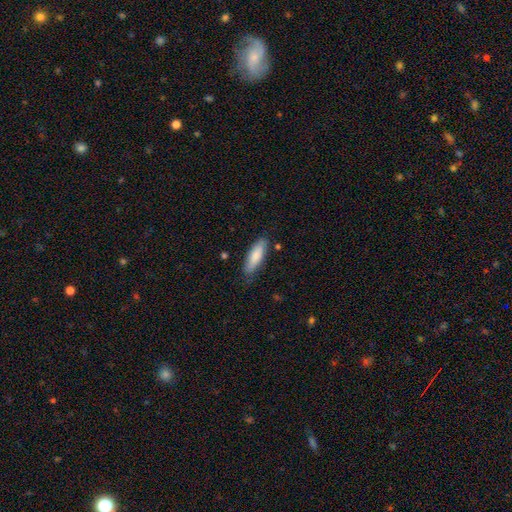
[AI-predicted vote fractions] smooth 83%, featured or disk 12%, star or artifact 6%. Down the decision tree: how rounded — cigar-shaped (51%); merging — none (78%).